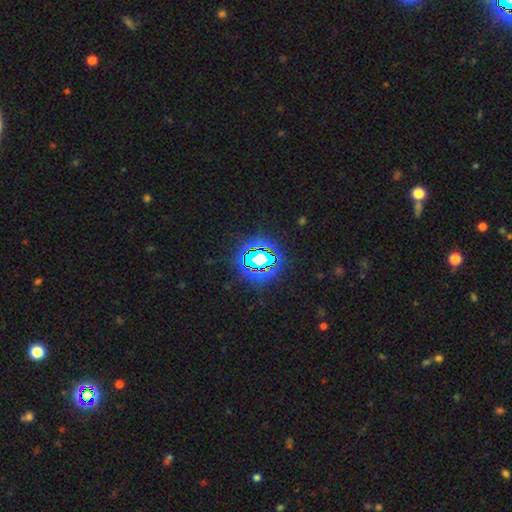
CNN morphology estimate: Overall: star or artifact (73%).